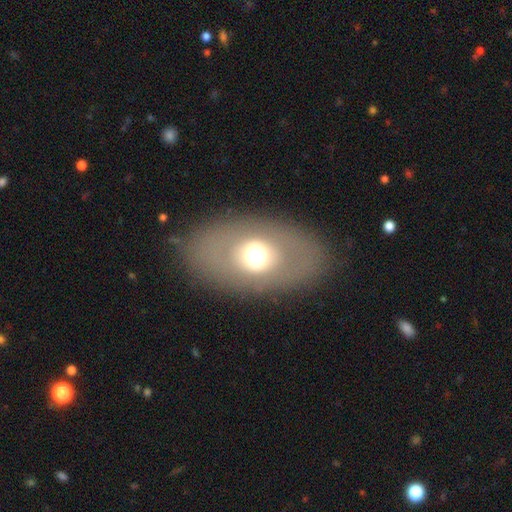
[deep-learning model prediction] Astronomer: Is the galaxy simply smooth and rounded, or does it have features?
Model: smooth — 52% (runner-up: featured or disk, 36%).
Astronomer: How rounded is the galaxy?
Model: in between — 81%.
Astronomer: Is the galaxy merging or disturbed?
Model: none — 81%.